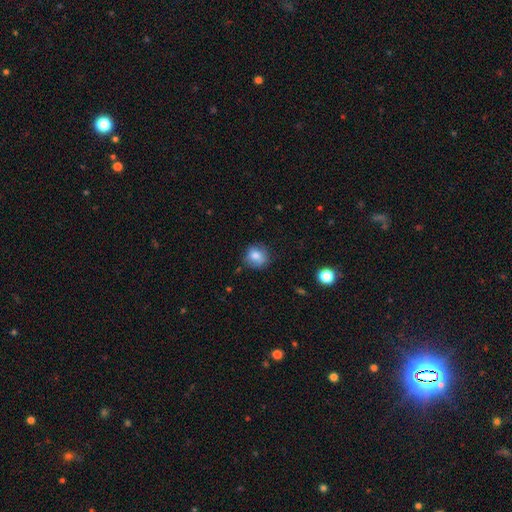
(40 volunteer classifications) smooth_or_featured: smooth (p=0.80) [alt: featured or disk p=0.12]
how_rounded: round (p=0.81) [alt: in between p=0.19]
merging: none (p=0.62) [alt: minor disturbance p=0.32]